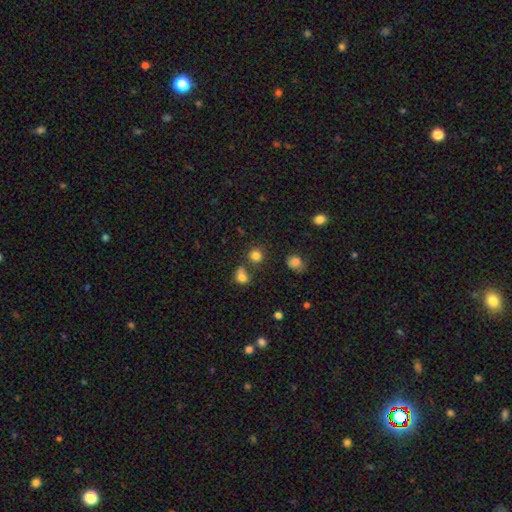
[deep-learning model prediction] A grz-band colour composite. It shows a smooth galaxy with no disk features (80%) that is round (84%). Merging: none (71%).